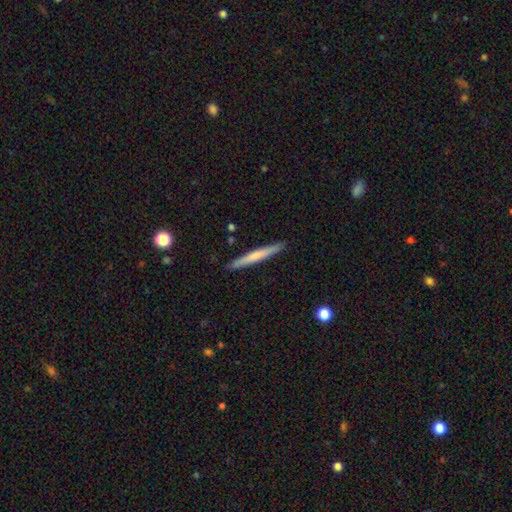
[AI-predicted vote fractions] Q: Smooth or featured?
A: smooth (59%); runner-up: featured or disk (35%)
Q: How rounded?
A: cigar-shaped (97%); runner-up: in between (2%)
Q: Merging?
A: none (91%); runner-up: minor disturbance (6%)